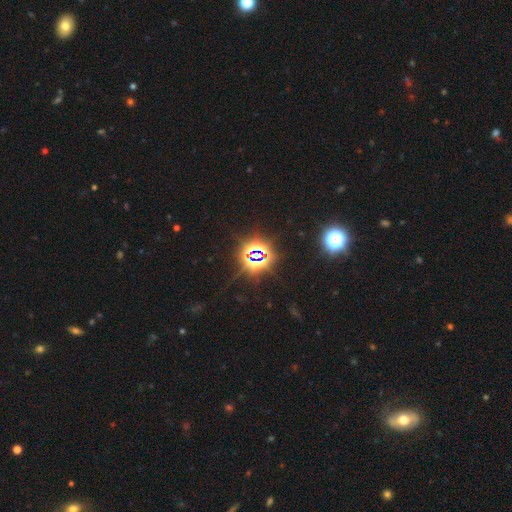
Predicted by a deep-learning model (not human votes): Smooth or featured?
  - star or artifact: 82% *
  - smooth: 10%
  - featured or disk: 8%